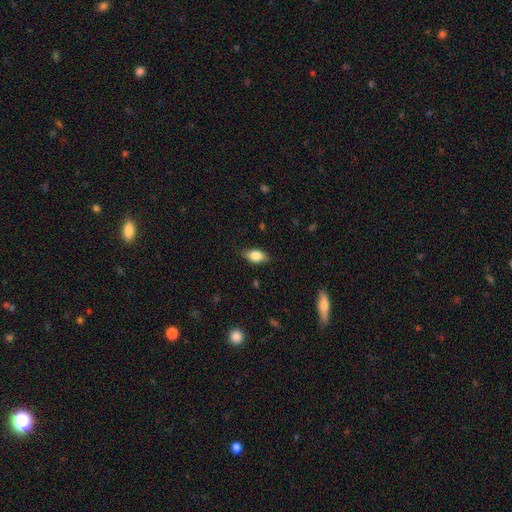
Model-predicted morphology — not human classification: A smooth galaxy with no disk features (78%) that is in between round and cigar-shaped (86%).

Vote fractions:
- Smooth or featured? smooth: 78% / featured or disk: 15% / star or artifact: 7%
- How rounded? in between: 86% / round: 8% / cigar-shaped: 6%
- Merging? none: 81% / minor disturbance: 15% / major disturbance: 3% / merger: 1%